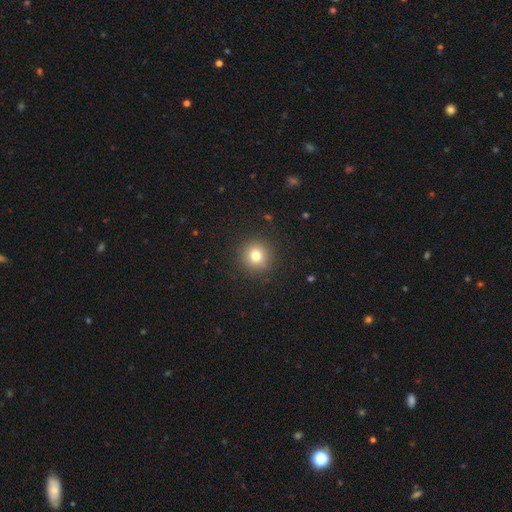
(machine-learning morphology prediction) smooth-or-featured: smooth: 78% | star or artifact: 13% | featured or disk: 9%
  how-rounded: round: 94% | in between: 5% | cigar-shaped: 1%
  merging: none: 91% | minor disturbance: 6% | major disturbance: 2% | merger: 1%